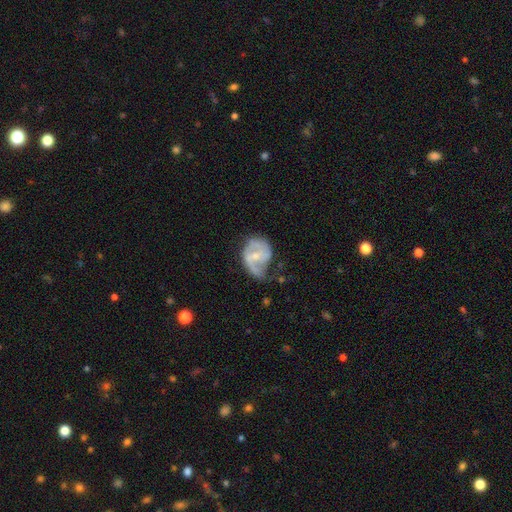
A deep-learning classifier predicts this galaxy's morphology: Smooth or featured: featured or disk — 76% (smooth — 18%)
Edge-on disk: no — 98% (yes — 2%)
Bar: weak — 48% (no — 35%)
Spiral arms: yes — 87% (no — 13%)
Spiral winding: medium — 46% (loose — 29%)
Spiral arm count: 2 — 64% (1 — 14%)
Bulge size: small — 58% (moderate — 36%)
Merging: none — 37% (minor disturbance — 34%)